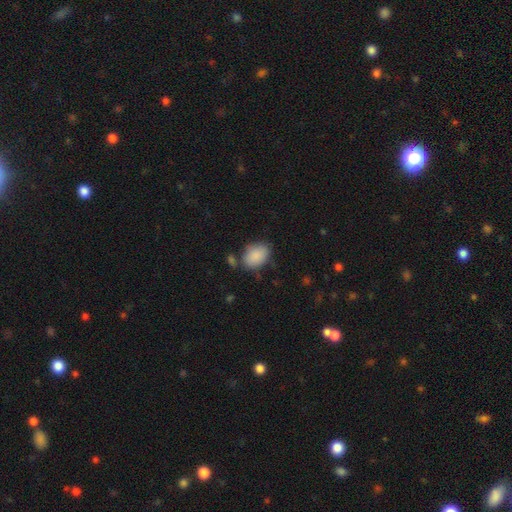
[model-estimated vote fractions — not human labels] Smooth or featured? smooth (88%)
How rounded? in between (81%)
Merging? none (71%)